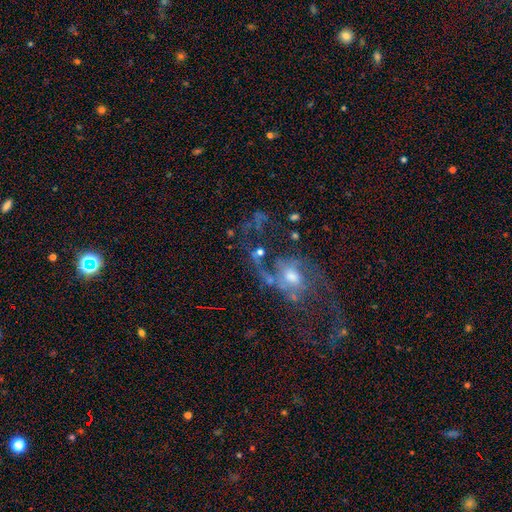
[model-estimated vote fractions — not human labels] smooth-or-featured: featured or disk: 67% | star or artifact: 19% | smooth: 14%
  disk-edge-on: no: 95% | yes: 5%
    bar: no: 67% | weak: 24% | strong: 8%
    has-spiral-arms: yes: 83% | no: 17%
      spiral-winding: loose: 50% | medium: 37% | tight: 13%
      spiral-arm-count: 2: 72% | can't tell: 10% | 1: 8% | 3: 5% | 4: 3% | more than 4: 3%
    bulge-size: moderate: 53% | small: 30% | large: 10% | none: 4% | dominant: 3%
  merging: none: 50% | major disturbance: 25% | minor disturbance: 14% | merger: 11%